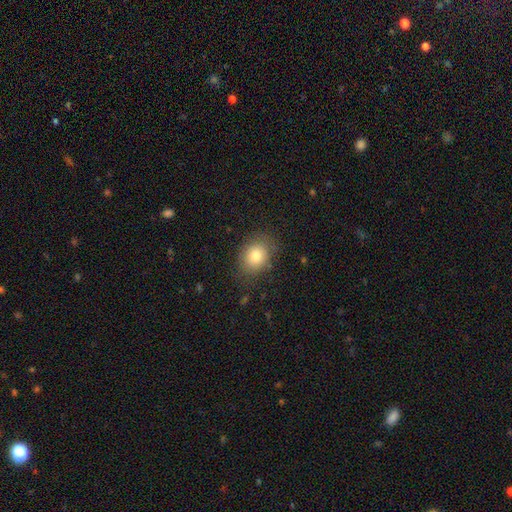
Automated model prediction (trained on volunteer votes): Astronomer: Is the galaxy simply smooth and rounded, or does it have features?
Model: smooth — 80%.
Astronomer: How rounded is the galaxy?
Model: round — 50% (runner-up: in between, 49%).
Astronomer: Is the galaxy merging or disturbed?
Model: none — 80%.